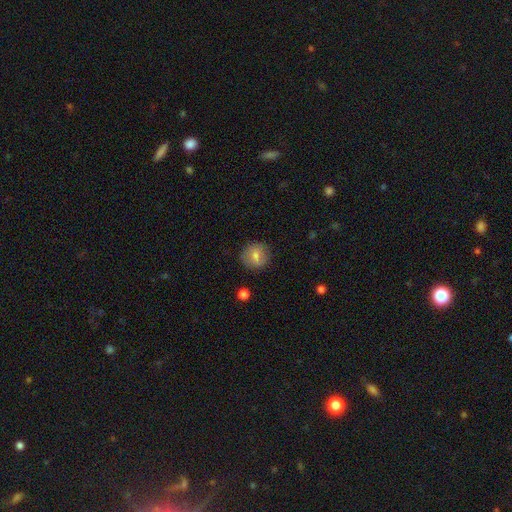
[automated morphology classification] smooth_or_featured: smooth (p=0.72) [alt: featured or disk p=0.19]
how_rounded: round (p=0.88) [alt: in between p=0.10]
merging: none (p=0.86) [alt: minor disturbance p=0.10]